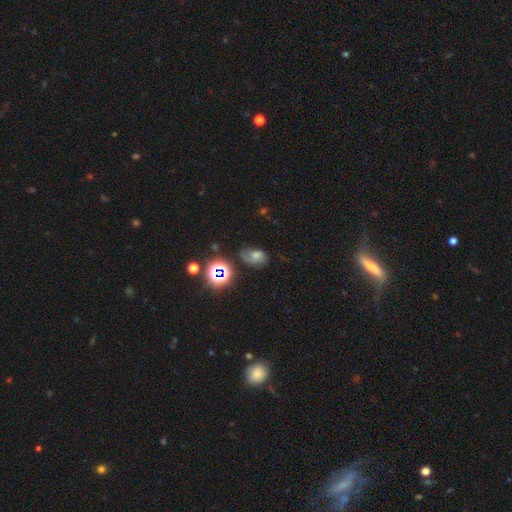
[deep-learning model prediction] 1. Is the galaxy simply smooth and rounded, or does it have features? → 36% star or artifact, 33% smooth, 31% featured or disk.